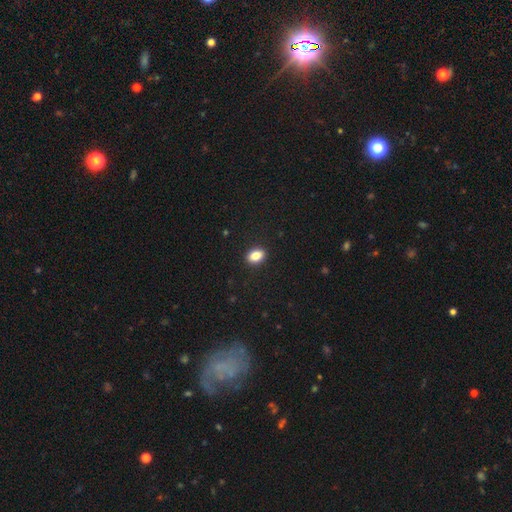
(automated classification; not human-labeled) This is clearly a smooth galaxy (85%). How rounded: clearly in between (83%). Merging: clearly none (90%).